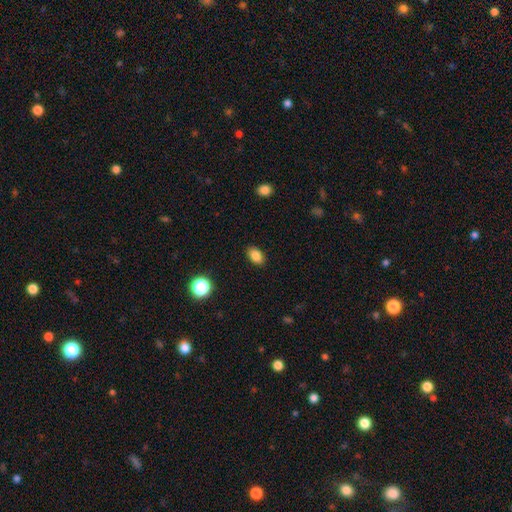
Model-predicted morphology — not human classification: Smooth or featured?
  - smooth: 85% *
  - star or artifact: 10%
  - featured or disk: 5%
How rounded?
  - in between: 85% *
  - round: 14%
  - cigar-shaped: 1%
Merging?
  - none: 89% *
  - minor disturbance: 8%
  - major disturbance: 2%
  - merger: 1%